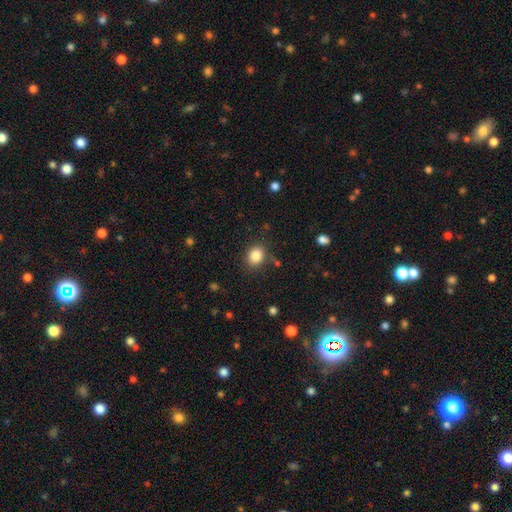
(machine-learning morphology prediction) Smooth or featured? smooth (84%)
How rounded? round (57%)
Merging? none (83%)